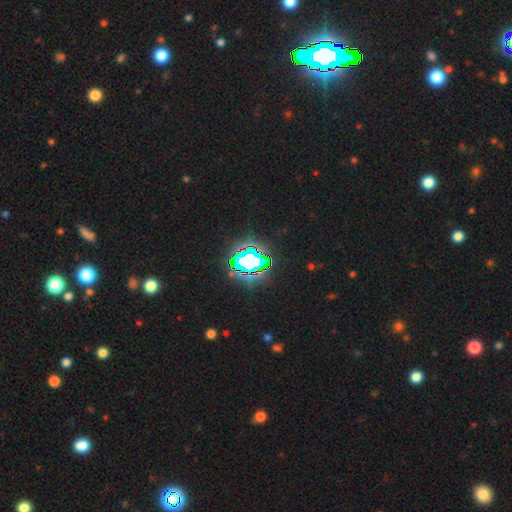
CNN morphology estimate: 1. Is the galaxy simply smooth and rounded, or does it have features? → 70% star or artifact, 17% smooth, 13% featured or disk.